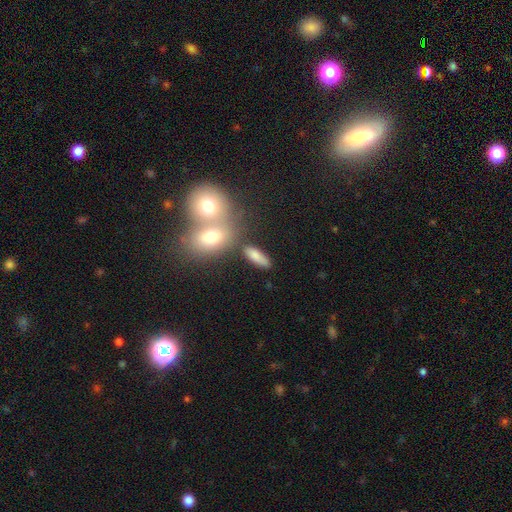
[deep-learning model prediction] Smooth or featured?
  - smooth: 79% *
  - featured or disk: 12%
  - star or artifact: 10%
How rounded?
  - in between: 59% *
  - cigar-shaped: 34%
  - round: 6%
Merging?
  - none: 69% *
  - minor disturbance: 13%
  - merger: 13%
  - major disturbance: 5%